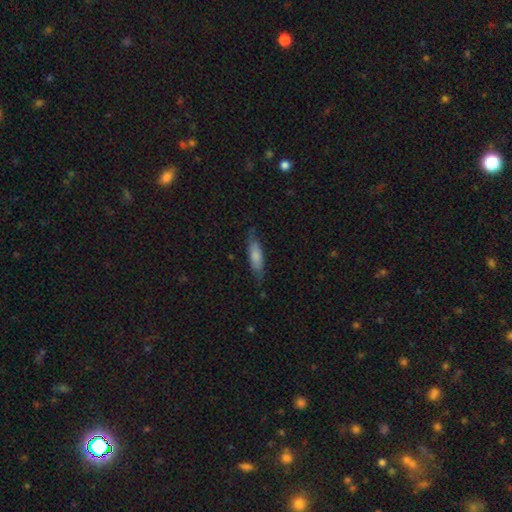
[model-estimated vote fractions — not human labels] smooth-or-featured: smooth: 75% | featured or disk: 19% | star or artifact: 6%
  how-rounded: cigar-shaped: 53% | in between: 45% | round: 2%
  merging: none: 75% | minor disturbance: 19% | major disturbance: 4% | merger: 1%